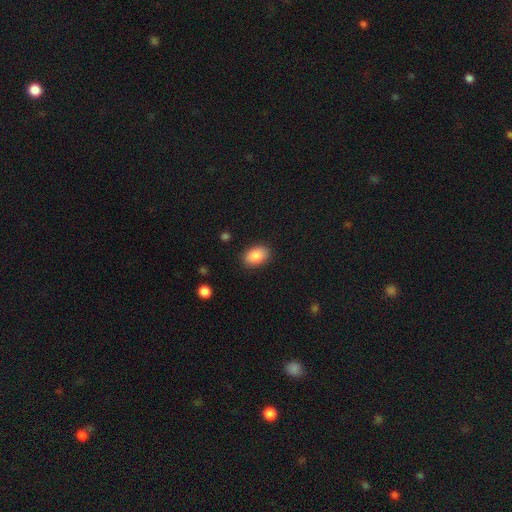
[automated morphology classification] smooth-or-featured: smooth: 86% | star or artifact: 7% | featured or disk: 6%
  how-rounded: in between: 86% | round: 12% | cigar-shaped: 1%
  merging: none: 88% | minor disturbance: 9% | major disturbance: 2% | merger: 1%